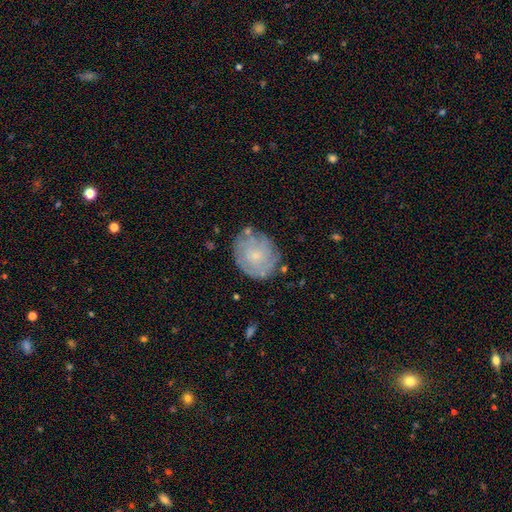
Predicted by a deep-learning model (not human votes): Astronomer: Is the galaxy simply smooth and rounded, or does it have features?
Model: featured or disk — 46%, tied with smooth at 46%.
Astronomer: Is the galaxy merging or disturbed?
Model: none — 73%.